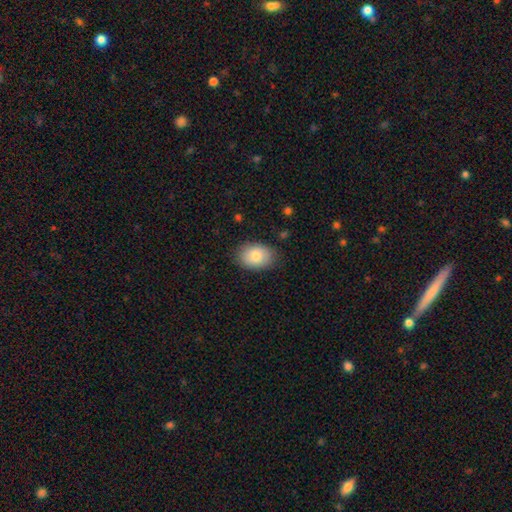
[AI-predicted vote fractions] Smooth or featured? smooth (82%)
How rounded? in between (78%)
Merging? none (83%)